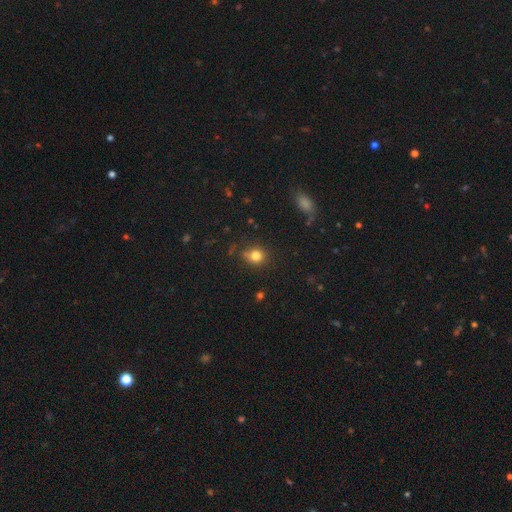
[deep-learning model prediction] This appears to be a smooth galaxy with no disk features (80%) that is round (74%). Merging: none (72%).